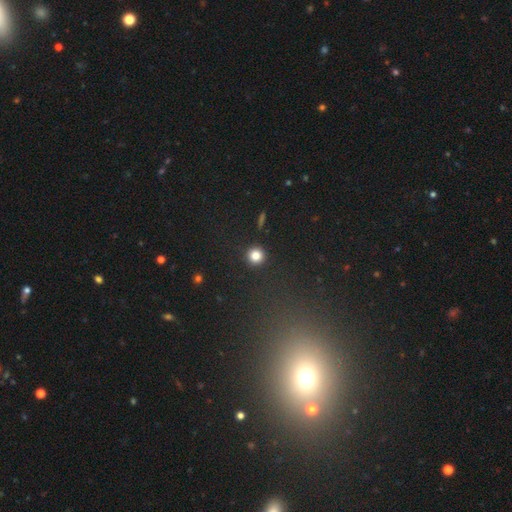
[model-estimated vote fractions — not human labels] Smooth or featured: smooth — 83% (star or artifact — 12%)
How rounded: round — 95% (in between — 4%)
Merging: none — 92% (minor disturbance — 5%)